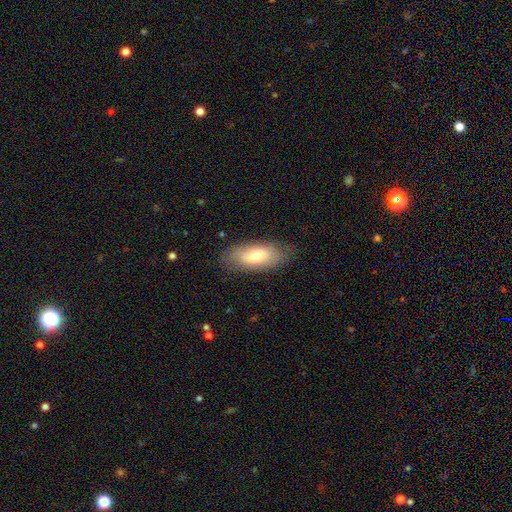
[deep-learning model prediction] smooth-or-featured: smooth: 69% | featured or disk: 24% | star or artifact: 7%
  how-rounded: in between: 85% | cigar-shaped: 12% | round: 3%
  merging: none: 81% | minor disturbance: 14% | major disturbance: 4% | merger: 1%